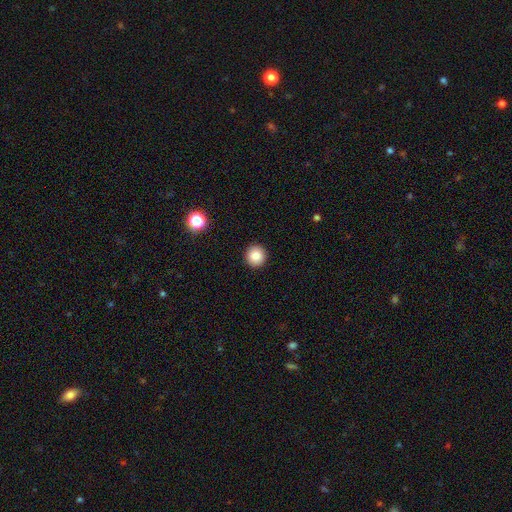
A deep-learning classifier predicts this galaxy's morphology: type=smooth (85%); roundness=round (94%); merging=none (93%).